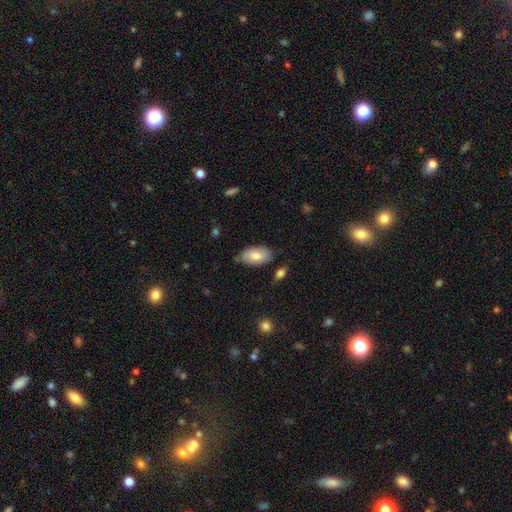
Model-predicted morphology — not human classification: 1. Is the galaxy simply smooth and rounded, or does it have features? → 74% smooth, 20% featured or disk, 6% star or artifact.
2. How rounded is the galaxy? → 95% in between, 3% round, 2% cigar-shaped.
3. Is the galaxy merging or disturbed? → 76% none, 18% minor disturbance, 3% major disturbance, 3% merger.